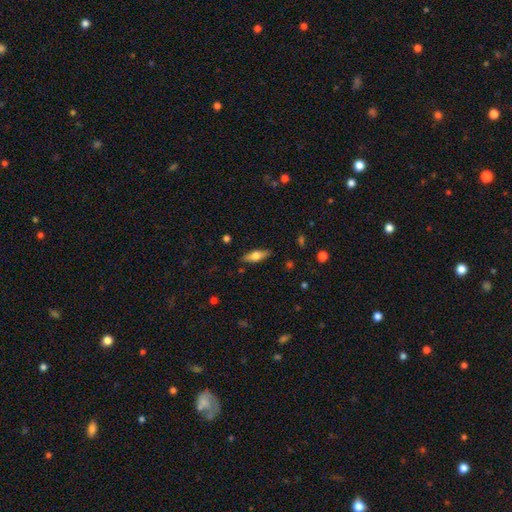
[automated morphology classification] Overall: smooth (60%; featured or disk 33%). How rounded: in between (61%; cigar-shaped 36%). Merging: none (85%).